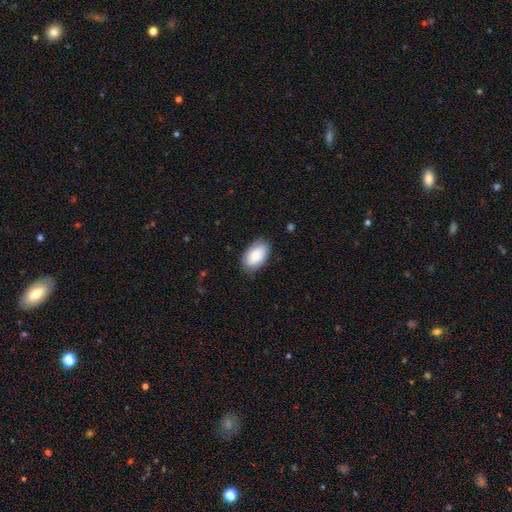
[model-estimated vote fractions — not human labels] A smooth galaxy with no disk features (85%) that is in between round and cigar-shaped (93%). Merging: none (80%).